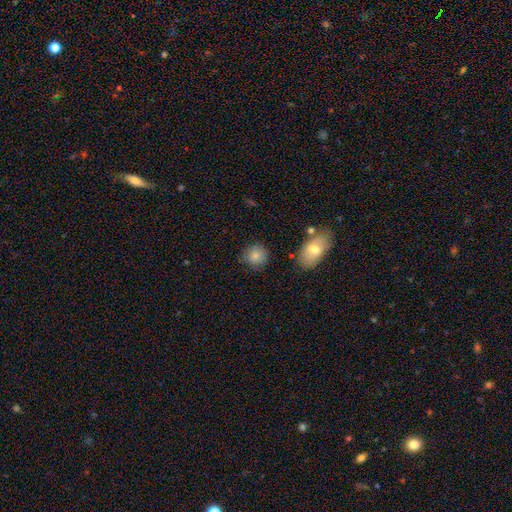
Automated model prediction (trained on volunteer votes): smooth-or-featured: smooth: 83% | star or artifact: 9% | featured or disk: 8%
  how-rounded: round: 86% | in between: 12% | cigar-shaped: 1%
  merging: none: 80% | minor disturbance: 12% | merger: 4% | major disturbance: 3%